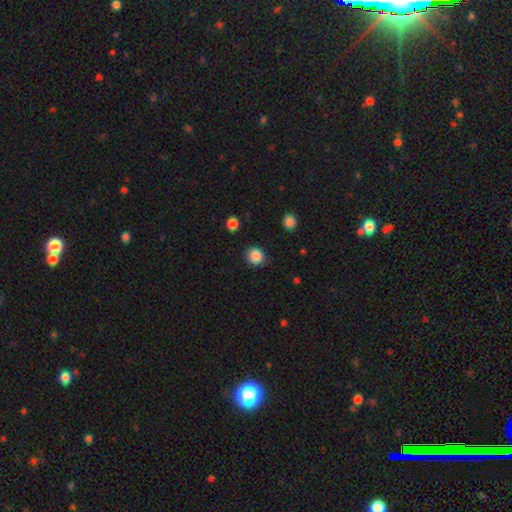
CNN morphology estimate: Smooth or featured? Predicted: smooth (p=0.88). How rounded? Predicted: round (p=0.85). Merging? Predicted: none (p=0.87).